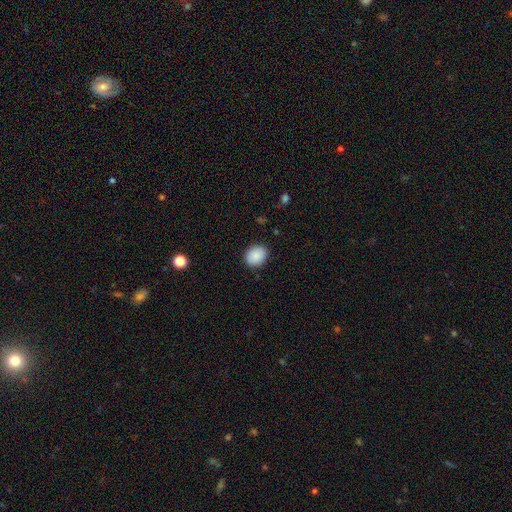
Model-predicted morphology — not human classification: smooth-or-featured: smooth: 88% | star or artifact: 7% | featured or disk: 4%
  how-rounded: round: 52% | in between: 47% | cigar-shaped: 1%
  merging: none: 89% | minor disturbance: 8% | major disturbance: 2% | merger: 1%